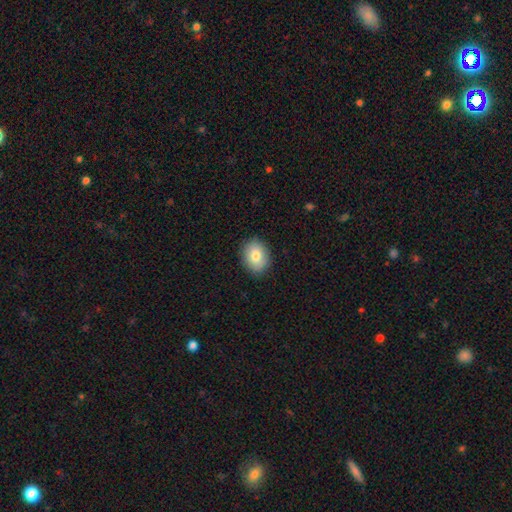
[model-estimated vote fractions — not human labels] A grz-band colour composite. It shows a smooth galaxy with no disk features (81%) that is in between round and cigar-shaped (59%). Merging: none (88%).